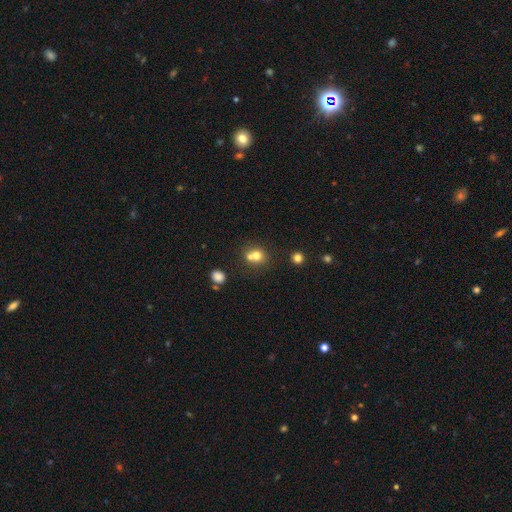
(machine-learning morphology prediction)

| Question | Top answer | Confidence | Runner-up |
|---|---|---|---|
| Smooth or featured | smooth | 72% | star or artifact (14%) |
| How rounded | round | 77% | in between (22%) |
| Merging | merger | 48% | none (42%) |